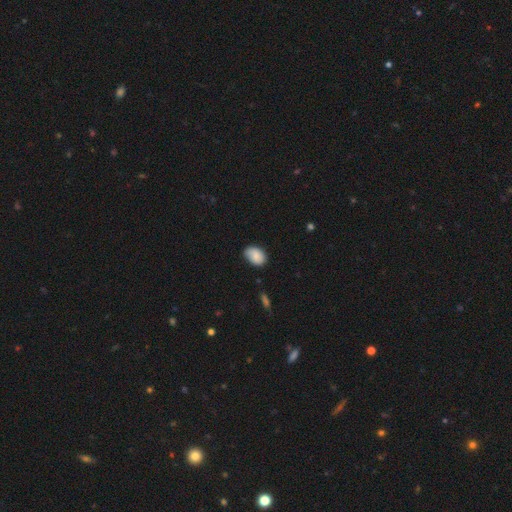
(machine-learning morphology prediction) type=smooth (83%); roundness=in between (81%); merging=none (70%).